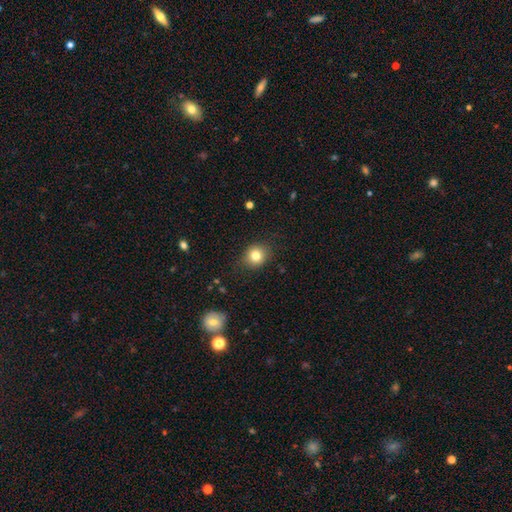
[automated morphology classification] Overall: smooth (81%). How rounded: round (74%). Merging: none (84%).